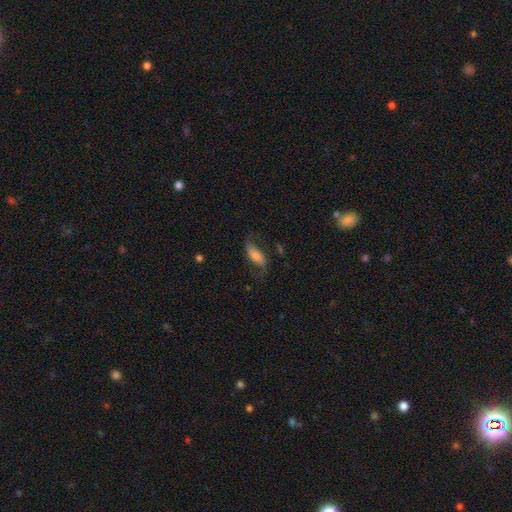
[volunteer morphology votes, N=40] Volunteers were most divided on "bar" (2-way tie): weak: 35%, no: 35%, strong: 31%. Remaining: spiral arm count — 2 (100%); spiral arms — yes (92%); edge-on disk — no (90%); merging — none (75%); smooth or featured — featured or disk (72%); spiral winding — loose (71%); bulge size — small (42%).